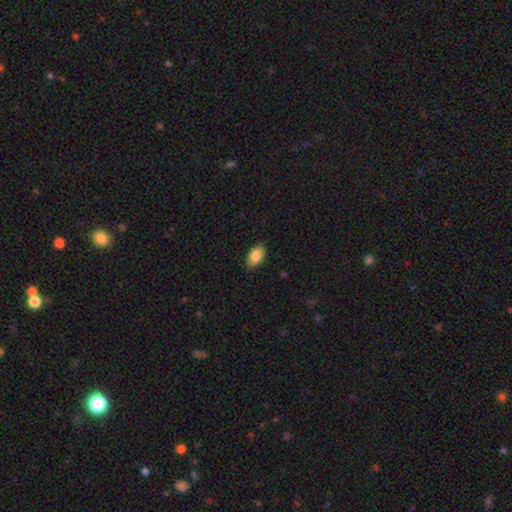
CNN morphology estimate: Q: Smooth or featured?
A: smooth (84%); runner-up: featured or disk (9%)
Q: How rounded?
A: in between (92%); runner-up: round (6%)
Q: Merging?
A: none (87%); runner-up: minor disturbance (10%)